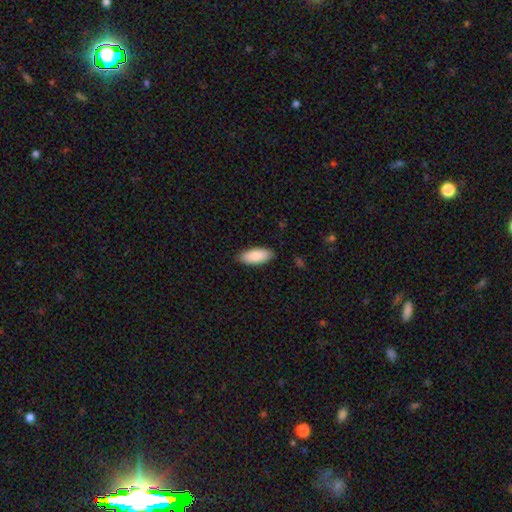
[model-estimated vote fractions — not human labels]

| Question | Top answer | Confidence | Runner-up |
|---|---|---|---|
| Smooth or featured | smooth | 87% | featured or disk (7%) |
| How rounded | in between | 87% | cigar-shaped (12%) |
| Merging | none | 86% | minor disturbance (11%) |